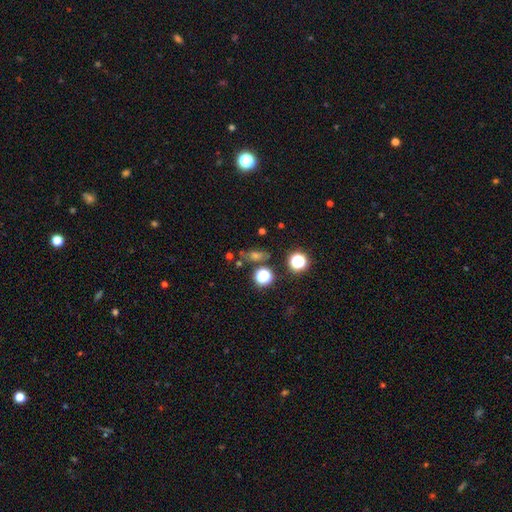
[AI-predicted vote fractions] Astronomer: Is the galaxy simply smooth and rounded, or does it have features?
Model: star or artifact — 47% (runner-up: smooth, 36%).